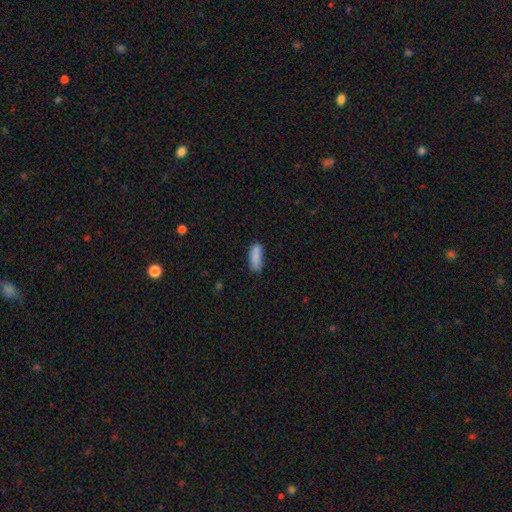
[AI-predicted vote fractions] Smooth or featured? smooth (87%)
How rounded? in between (59%)
Merging? none (69%)